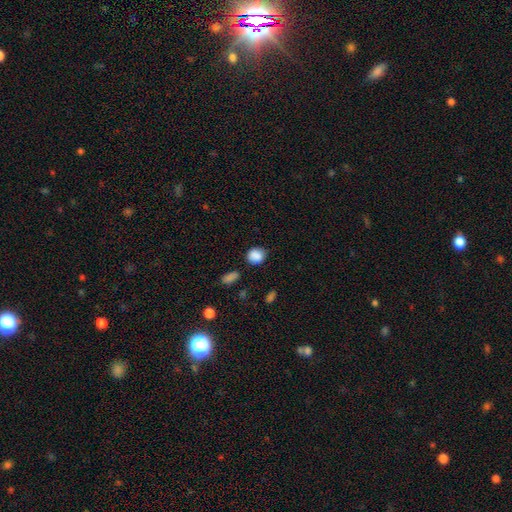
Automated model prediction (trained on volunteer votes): smooth-or-featured: smooth: 87% | star or artifact: 9% | featured or disk: 4%
  how-rounded: round: 71% | in between: 28% | cigar-shaped: 1%
  merging: none: 78% | minor disturbance: 15% | major disturbance: 4% | merger: 3%